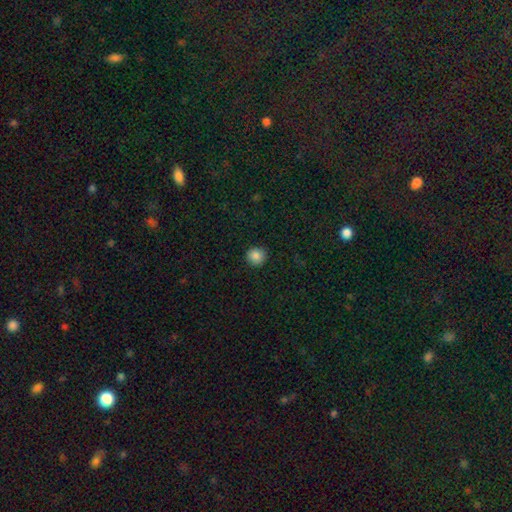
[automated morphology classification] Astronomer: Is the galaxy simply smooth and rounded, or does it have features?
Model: smooth — 86%.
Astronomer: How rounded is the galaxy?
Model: round — 94%.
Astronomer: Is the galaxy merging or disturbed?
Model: none — 92%.